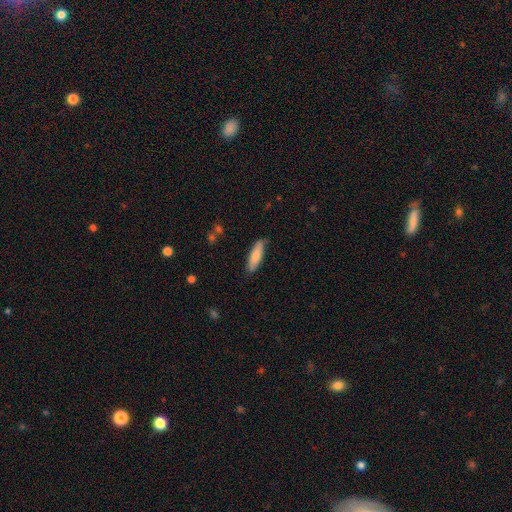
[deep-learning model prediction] Smooth or featured? smooth (77%)
How rounded? cigar-shaped (58%)
Merging? none (81%)